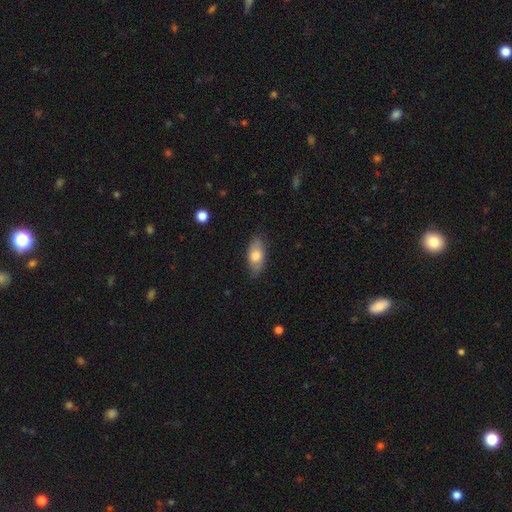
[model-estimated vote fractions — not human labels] smooth_or_featured: smooth (p=0.74) [alt: featured or disk p=0.20]
how_rounded: in between (p=0.88) [alt: cigar-shaped p=0.08]
merging: none (p=0.80) [alt: minor disturbance p=0.16]